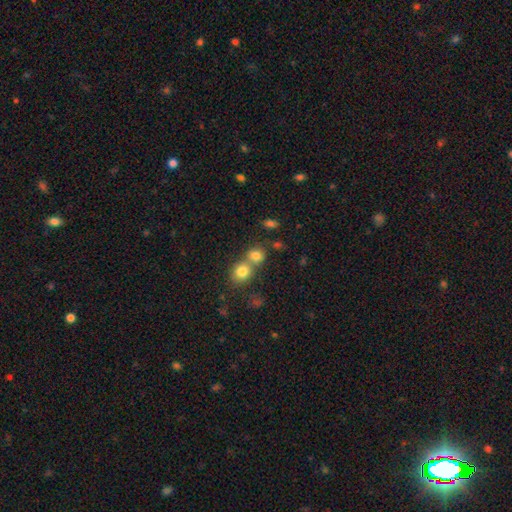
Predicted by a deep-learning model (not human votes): Smooth or featured?
  - smooth: 79% *
  - star or artifact: 12%
  - featured or disk: 9%
How rounded?
  - round: 71% *
  - in between: 28%
  - cigar-shaped: 1%
Merging?
  - merger: 51% *
  - none: 40%
  - minor disturbance: 7%
  - major disturbance: 3%